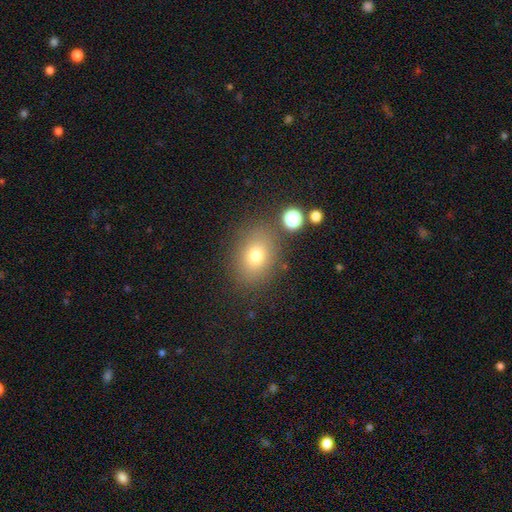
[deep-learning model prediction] A smooth galaxy with no disk features (75%) that is in between round and cigar-shaped (59%). Merging: none (80%).